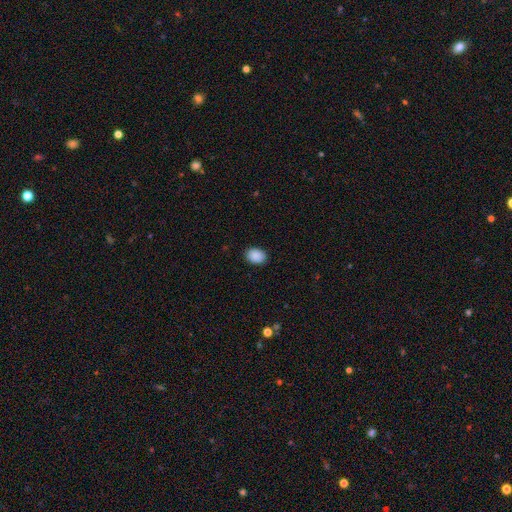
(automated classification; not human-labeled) Smooth or featured: smooth — 90% (star or artifact — 7%)
How rounded: in between — 69% (round — 30%)
Merging: none — 89% (minor disturbance — 8%)